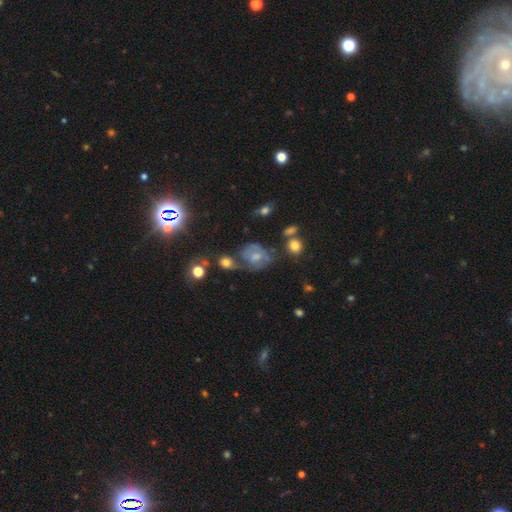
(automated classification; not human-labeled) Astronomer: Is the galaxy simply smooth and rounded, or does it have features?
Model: smooth — 45% (runner-up: featured or disk, 42%).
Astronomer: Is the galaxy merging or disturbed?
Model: none — 36% (runner-up: minor disturbance, 25%).